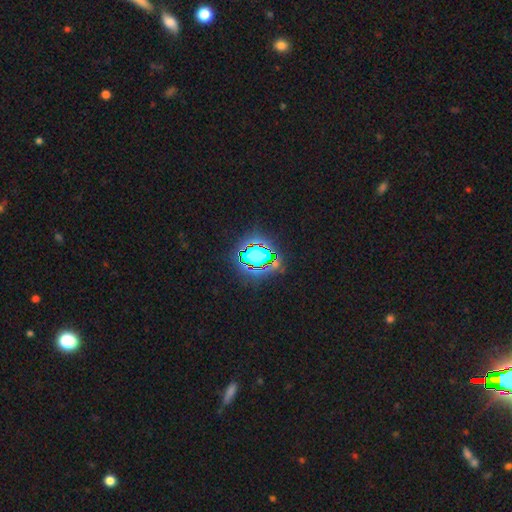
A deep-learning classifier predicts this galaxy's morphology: A star or artifact, not a galaxy (65%).